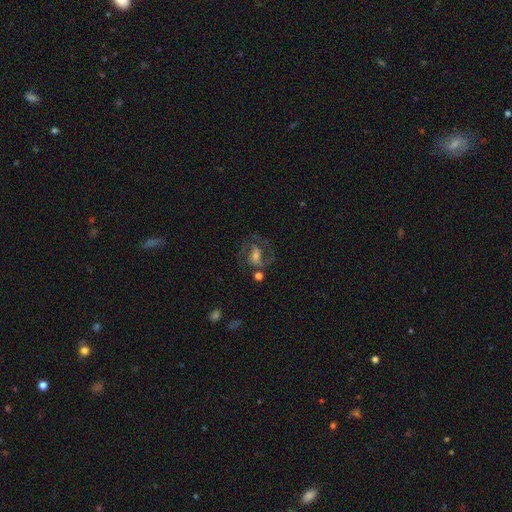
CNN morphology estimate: This is likely a featured or disk galaxy (71%). It is clearly not viewed edge-on (96%). Bar: possibly weak (45%). Spiral arm pattern: clearly yes (87%). Spiral arm count: likely 2 (75%). Spiral winding: possibly medium (55%). Central bulge: marginally moderate (41%). Merging: likely none (61%).